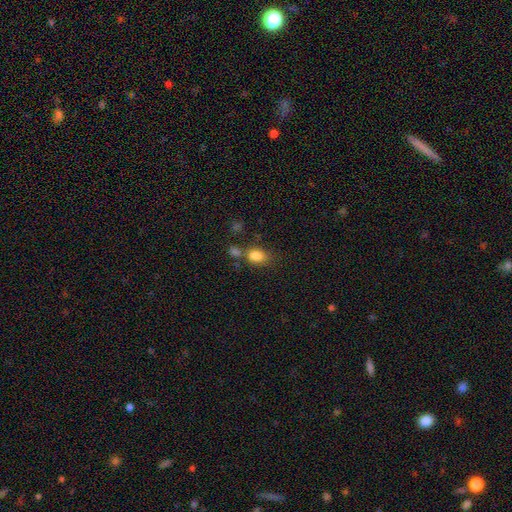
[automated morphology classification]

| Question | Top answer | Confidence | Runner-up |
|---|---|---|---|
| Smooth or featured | smooth | 82% | star or artifact (12%) |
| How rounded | in between | 73% | round (25%) |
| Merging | none | 48% | merger (28%) |